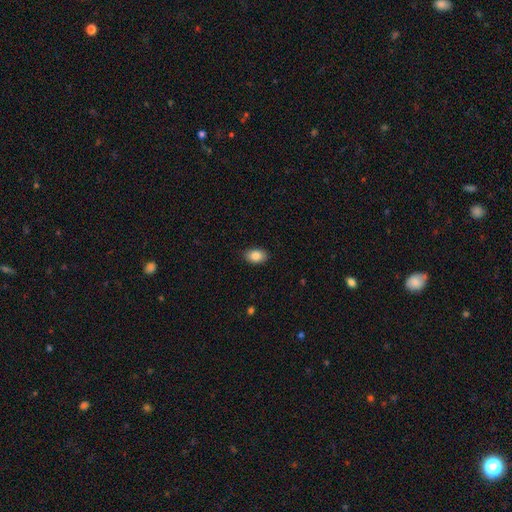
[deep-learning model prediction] The model was most divided on "how rounded": in between: 87%, round: 12%, cigar-shaped: 1%. More confident: merging — none (88%); smooth or featured — smooth (87%).